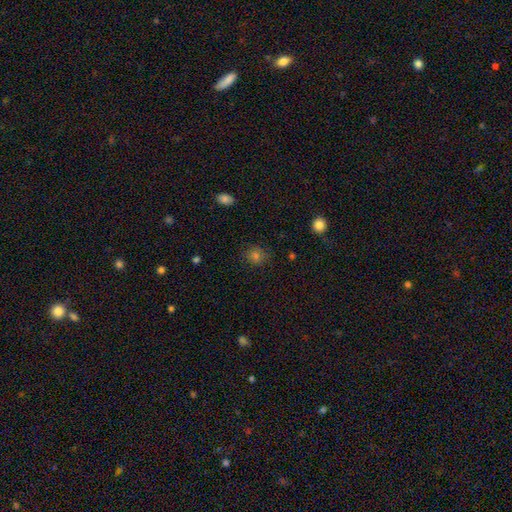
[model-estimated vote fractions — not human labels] Smooth or featured?
  - smooth: 70% *
  - star or artifact: 21%
  - featured or disk: 9%
How rounded?
  - round: 73% *
  - in between: 26%
  - cigar-shaped: 1%
Merging?
  - none: 82% *
  - minor disturbance: 12%
  - major disturbance: 4%
  - merger: 1%